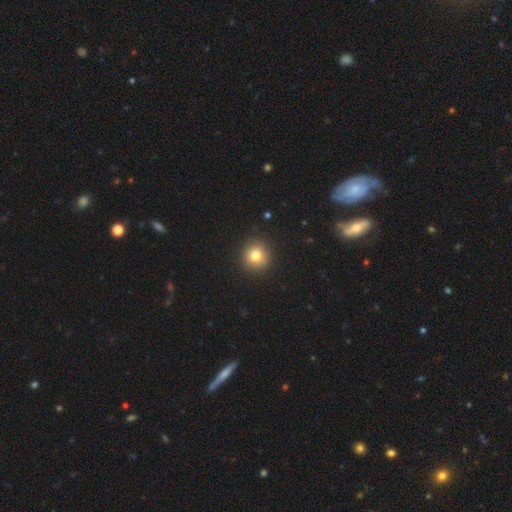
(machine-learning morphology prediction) type=smooth (79%); roundness=round (91%); merging=none (91%).